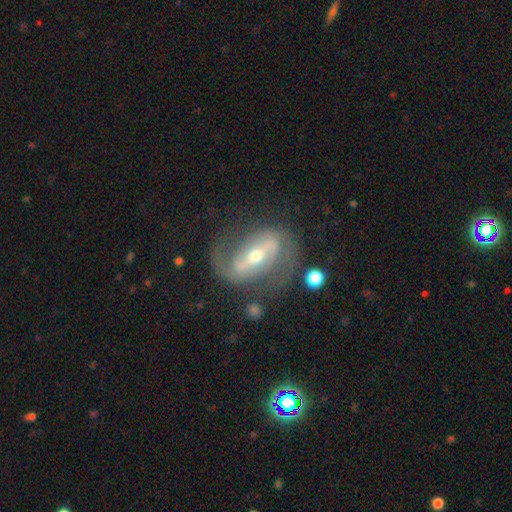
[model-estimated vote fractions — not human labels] A featured or disk galaxy (85%) with a strong bar (61%), 2 (84%) medium (46%) spiral arms (91%) and a moderate central bulge (48%, tied with small).

Vote fractions:
- Smooth or featured? featured or disk: 85% / smooth: 9% / star or artifact: 6%
- Edge-on disk? no: 94% / yes: 6%
- Bar? strong: 61% / weak: 25% / no: 15%
- Spiral arms? yes: 91% / no: 9%
- Spiral winding? medium: 46% / loose: 29% / tight: 24%
- Spiral arm count? 2: 84% / 1: 6% / can't tell: 6% / 3: 2% / 4: 1% / more than 4: 1%
- Bulge size? moderate: 48% (tied) / small: 48% (tied) / large: 2% / dominant: 1% / none: 1%
- Merging? none: 64% / minor disturbance: 18% / major disturbance: 15% / merger: 3%